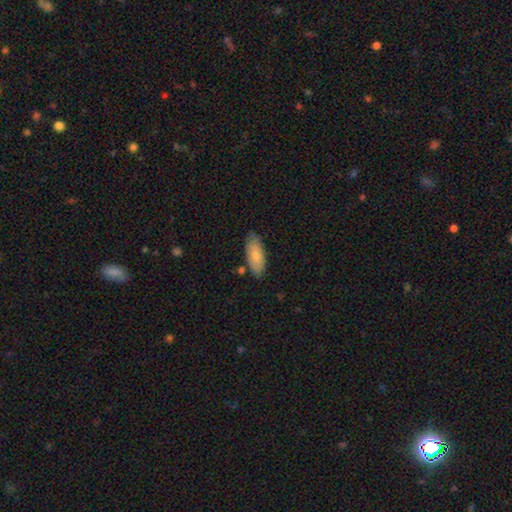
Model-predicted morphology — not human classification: This is clearly a smooth galaxy (81%). How rounded: clearly in between (84%). Merging: likely none (78%).